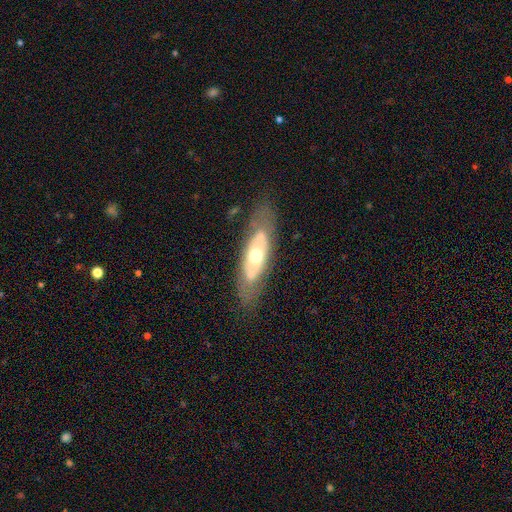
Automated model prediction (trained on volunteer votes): A featured or disk galaxy (61%). Merging: none (73%).